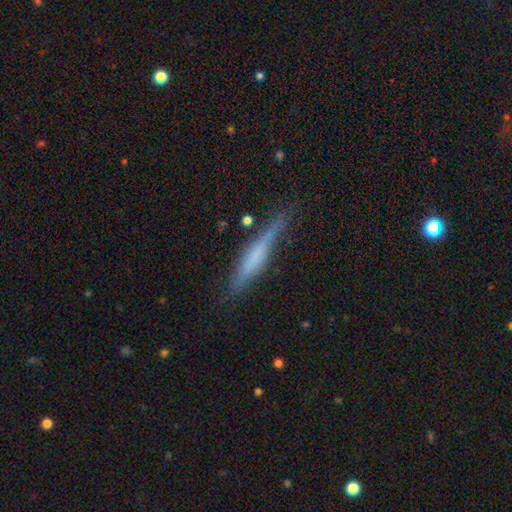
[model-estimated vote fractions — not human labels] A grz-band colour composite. It shows a smooth galaxy with no disk features (50%). Merging: none (70%).